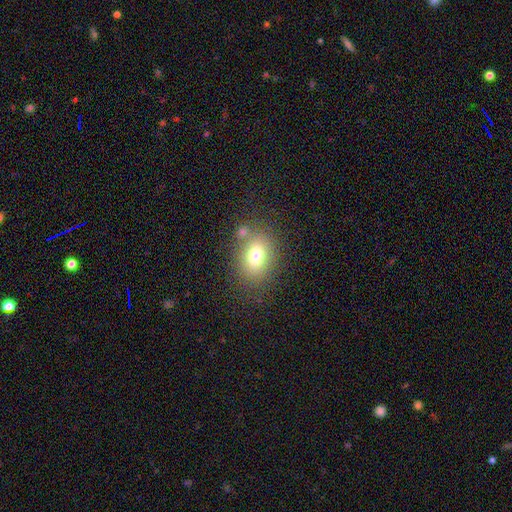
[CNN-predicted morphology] smooth-or-featured: smooth: 75% | featured or disk: 14% | star or artifact: 12%
  how-rounded: in between: 67% | round: 32% | cigar-shaped: 1%
  merging: none: 72% | minor disturbance: 13% | merger: 10% | major disturbance: 5%